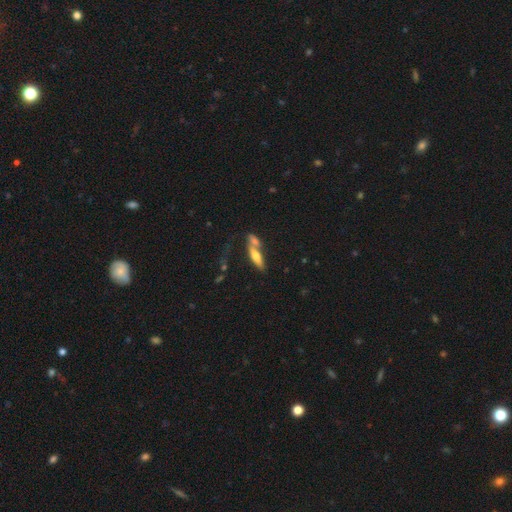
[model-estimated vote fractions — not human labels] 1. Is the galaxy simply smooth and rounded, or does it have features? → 59% smooth, 33% featured or disk, 8% star or artifact.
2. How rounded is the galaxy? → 57% cigar-shaped, 41% in between, 2% round.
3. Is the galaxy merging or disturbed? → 41% merger, 40% none, 13% minor disturbance, 6% major disturbance.